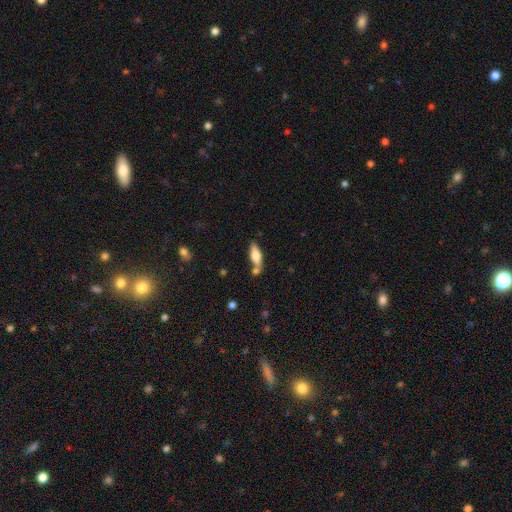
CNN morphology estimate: smooth 63%, featured or disk 30%, star or artifact 7%. Down the decision tree: how rounded — in between (60%); merging — none (61%).